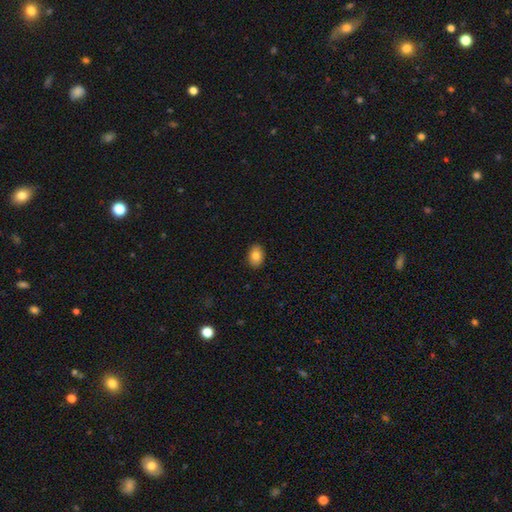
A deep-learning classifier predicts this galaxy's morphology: Overall: smooth (82%). How rounded: in between (77%). Merging: none (89%).